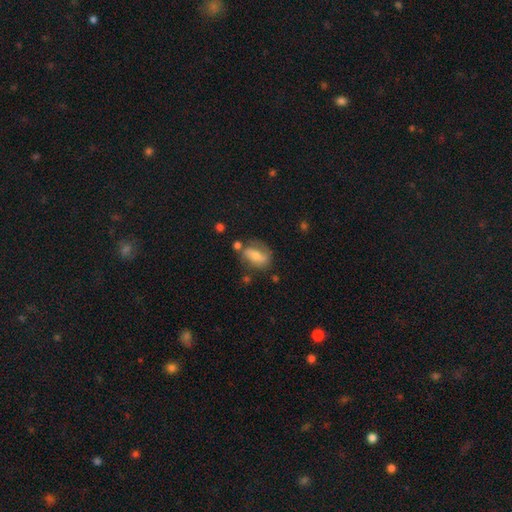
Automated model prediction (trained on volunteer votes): The model was most divided on "smooth or featured": smooth: 55%, featured or disk: 37%, star or artifact: 8%. More confident: how rounded — in between (81%); merging — none (55%).